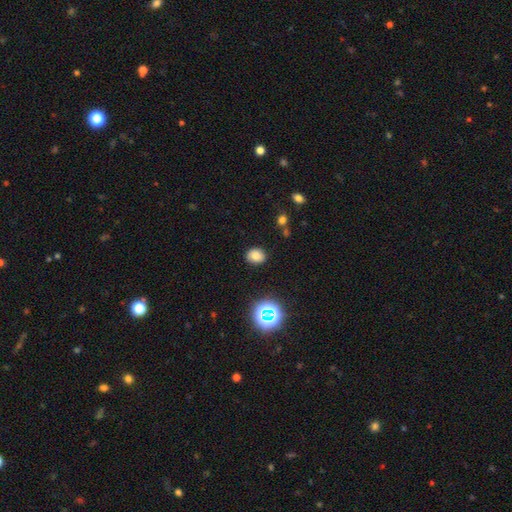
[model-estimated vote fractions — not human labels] Morphology: type=smooth (79%); roundness=in between (51%); merging=none (85%).